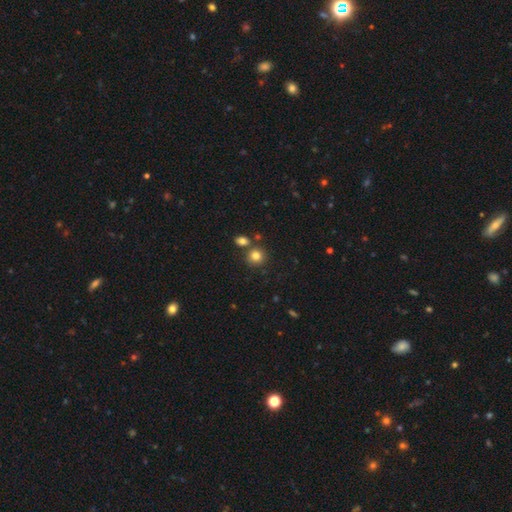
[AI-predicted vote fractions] smooth_or_featured: smooth (p=0.82) [alt: star or artifact p=0.12]
how_rounded: round (p=0.86) [alt: in between p=0.13]
merging: none (p=0.73) [alt: merger p=0.17]